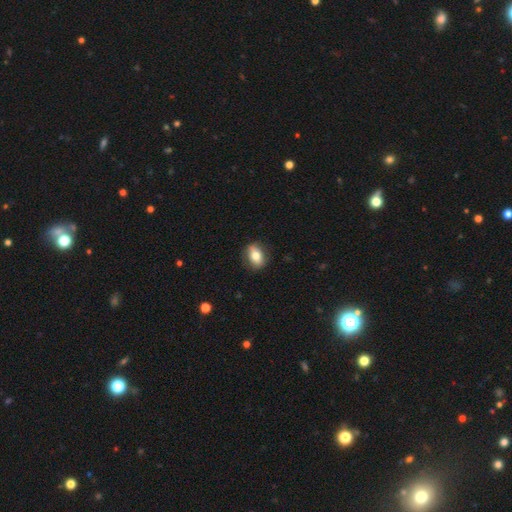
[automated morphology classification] Smooth or featured: smooth — 71% (featured or disk — 22%)
How rounded: in between — 74% (round — 22%)
Merging: none — 82% (minor disturbance — 13%)